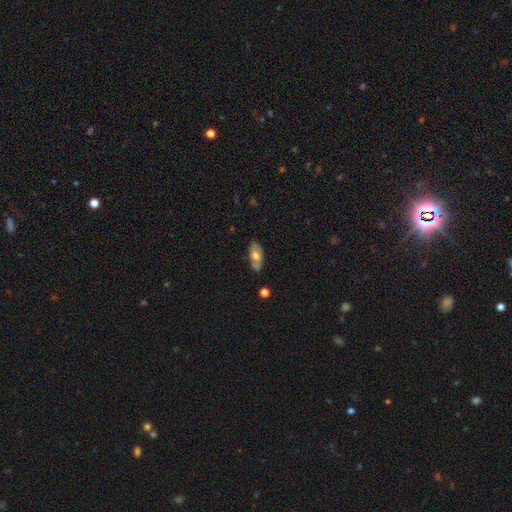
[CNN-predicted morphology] type=smooth (54%); roundness=in between (90%); merging=none (74%).